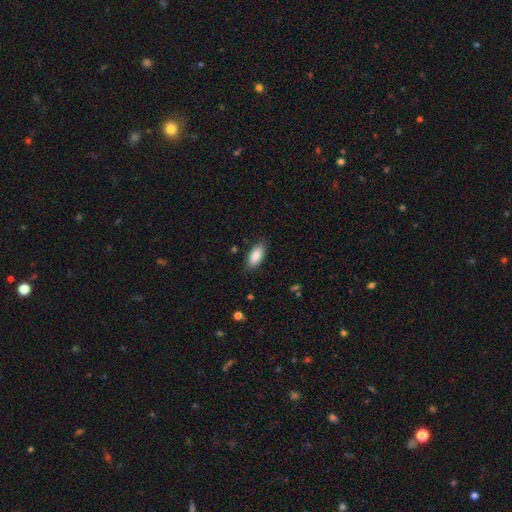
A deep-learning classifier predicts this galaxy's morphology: Smooth or featured? smooth (86%)
How rounded? in between (88%)
Merging? none (85%)